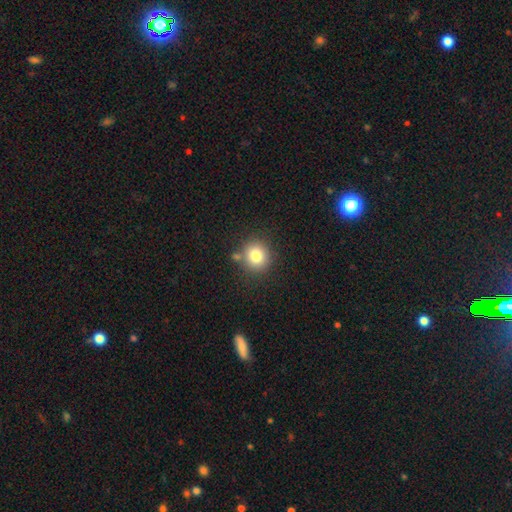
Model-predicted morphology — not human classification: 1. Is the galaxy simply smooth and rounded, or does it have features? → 80% smooth, 11% star or artifact, 8% featured or disk.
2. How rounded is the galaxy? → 87% round, 12% in between, 1% cigar-shaped.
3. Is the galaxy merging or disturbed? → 77% none, 11% minor disturbance, 9% merger, 3% major disturbance.